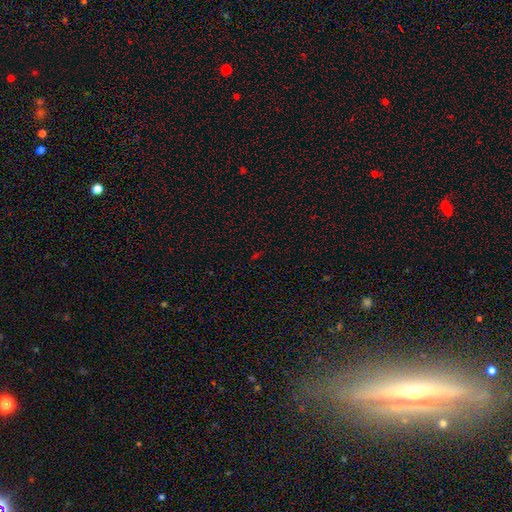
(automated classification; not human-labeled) Overall: star or artifact (65%; smooth 26%).